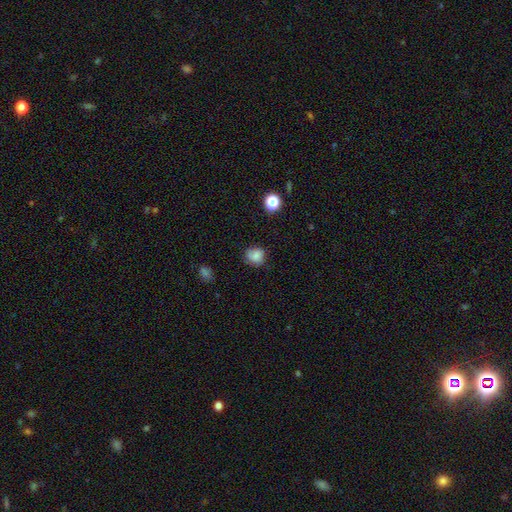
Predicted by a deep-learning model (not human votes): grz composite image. It shows a smooth galaxy with no disk features (80%) that is round (78%). Merging: none (71%).